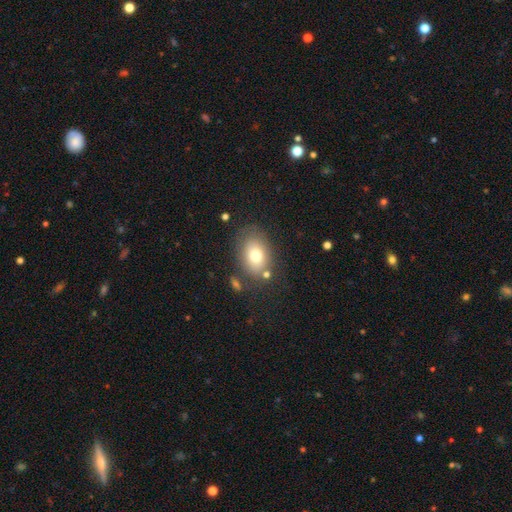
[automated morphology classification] Smooth or featured? Predicted: smooth (p=0.74). How rounded? Predicted: in between (p=0.76). Merging? Predicted: none (p=0.70).